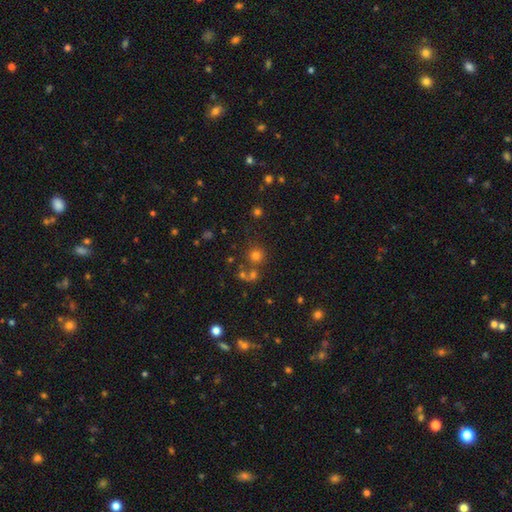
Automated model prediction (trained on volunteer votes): Smooth or featured: smooth — 70% (star or artifact — 22%)
How rounded: round — 92% (in between — 7%)
Merging: none — 69% (merger — 19%)